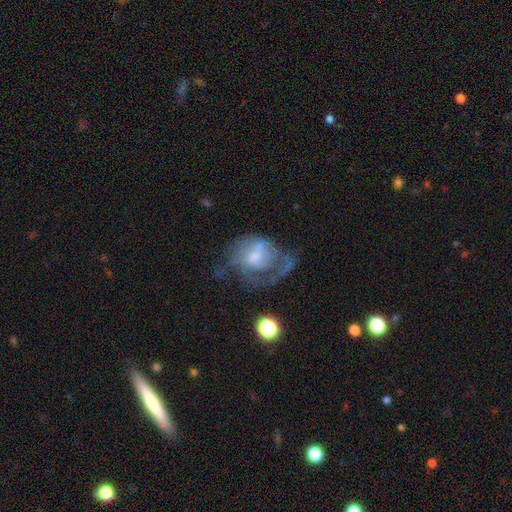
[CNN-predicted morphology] Q: Smooth or featured?
A: featured or disk (64%); runner-up: smooth (27%)
Q: Edge-on disk?
A: no (97%); runner-up: yes (3%)
Q: Bar?
A: no (55%); runner-up: weak (37%)
Q: Spiral arms?
A: yes (69%); runner-up: no (31%)
Q: Bulge size?
A: moderate (40%); runner-up: small (28%)
Q: Merging?
A: major disturbance (45%); runner-up: none (30%)